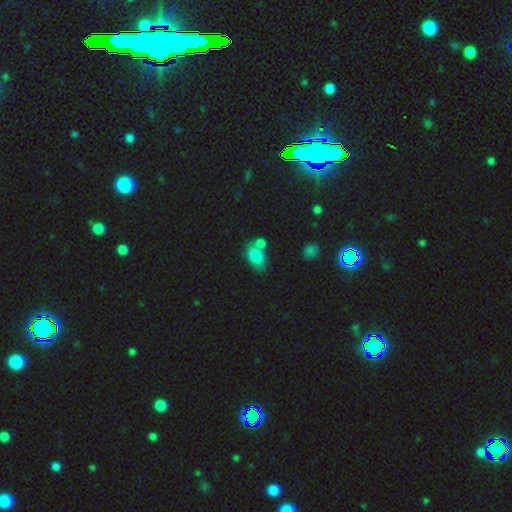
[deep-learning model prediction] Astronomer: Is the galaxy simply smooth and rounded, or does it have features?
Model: smooth — 79%.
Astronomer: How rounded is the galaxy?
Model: in between — 83%.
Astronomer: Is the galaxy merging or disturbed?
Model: none — 45% (runner-up: merger, 36%).